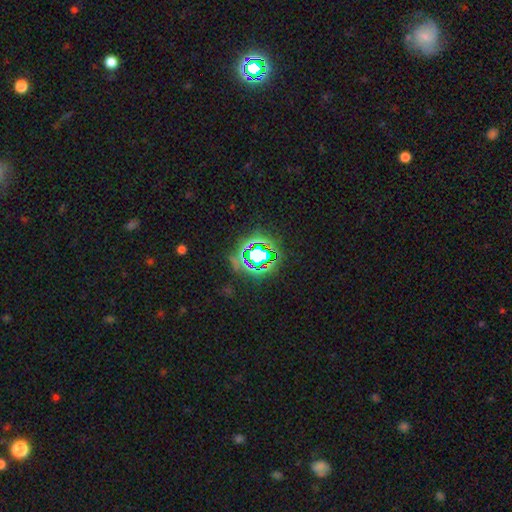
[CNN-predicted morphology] Smooth or featured? star or artifact (68%)